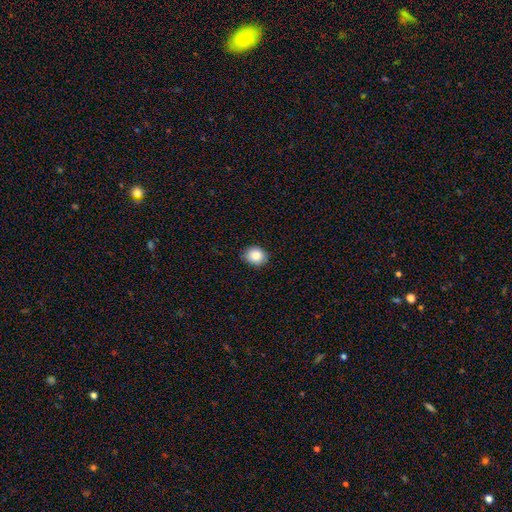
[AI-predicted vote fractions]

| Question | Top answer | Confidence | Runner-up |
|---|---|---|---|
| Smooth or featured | smooth | 86% | star or artifact (9%) |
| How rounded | round | 64% | in between (36%) |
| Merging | none | 86% | minor disturbance (11%) |